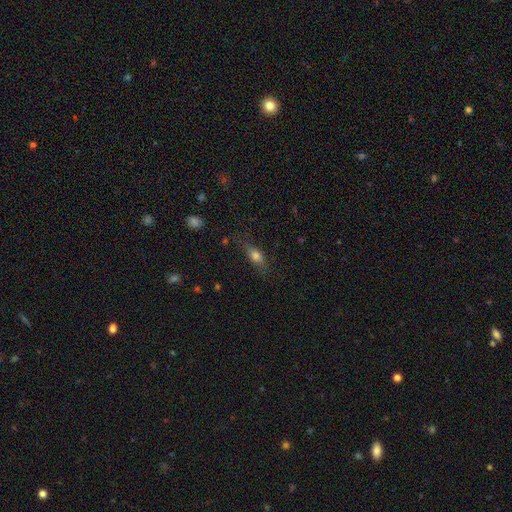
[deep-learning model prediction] smooth_or_featured: smooth (p=0.70) [alt: featured or disk p=0.20]
how_rounded: in between (p=0.69) [alt: cigar-shaped p=0.23]
merging: none (p=0.67) [alt: minor disturbance p=0.23]